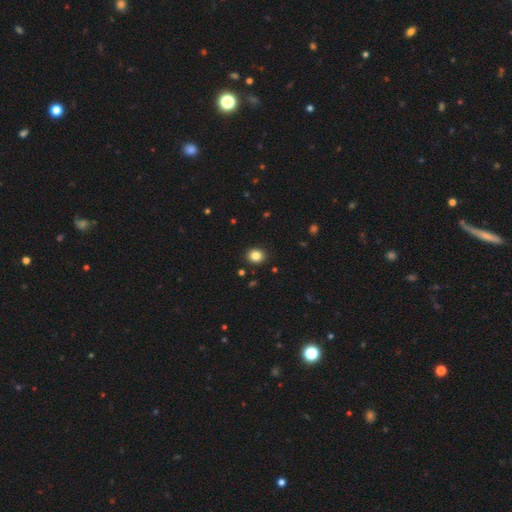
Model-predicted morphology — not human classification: type=smooth (84%); roundness=round (69%); merging=none (91%).